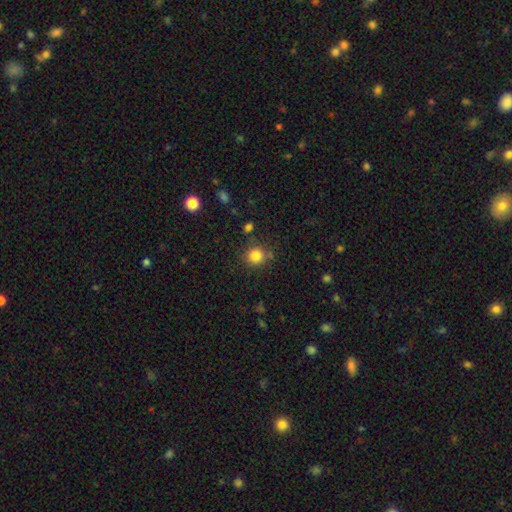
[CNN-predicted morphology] Overall: smooth (83%). How rounded: round (90%). Merging: none (78%).